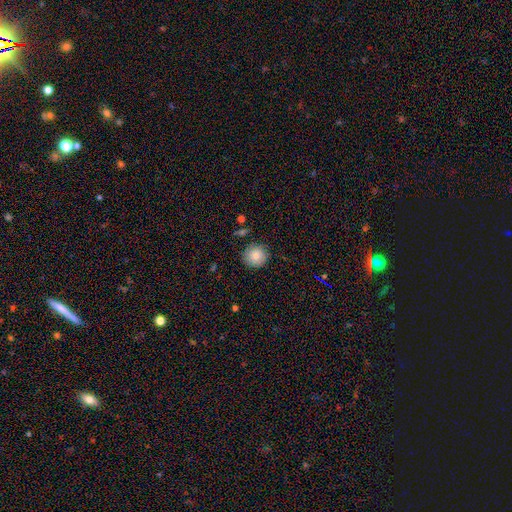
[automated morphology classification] smooth 86%, star or artifact 8%, featured or disk 6%. Down the decision tree: how rounded — round (93%); merging — none (86%).